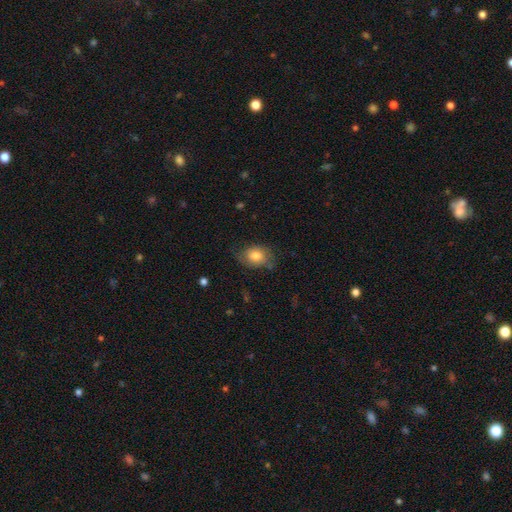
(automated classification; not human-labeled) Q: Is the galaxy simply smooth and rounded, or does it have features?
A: smooth — 74%.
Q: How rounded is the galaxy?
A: in between — 66%.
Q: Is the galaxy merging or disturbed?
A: none — 61%.